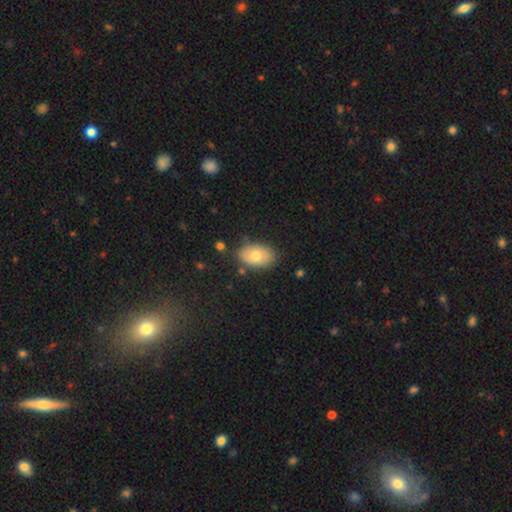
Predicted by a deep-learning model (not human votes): A smooth galaxy with no disk features (74%) that is in between round and cigar-shaped (89%). Merging: none (81%).